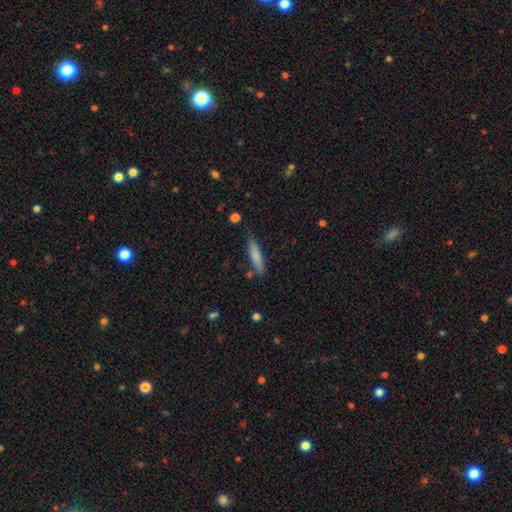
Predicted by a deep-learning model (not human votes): Smooth or featured: smooth — 76% (featured or disk — 18%)
How rounded: cigar-shaped — 84% (in between — 15%)
Merging: none — 81% (minor disturbance — 13%)